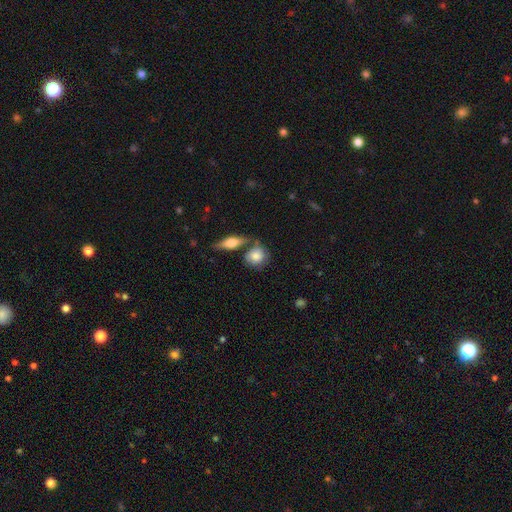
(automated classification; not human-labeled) smooth-or-featured: smooth: 75% | featured or disk: 18% | star or artifact: 7%
  how-rounded: round: 73% | in between: 24% | cigar-shaped: 3%
  merging: none: 58% | merger: 20% | minor disturbance: 17% | major disturbance: 5%